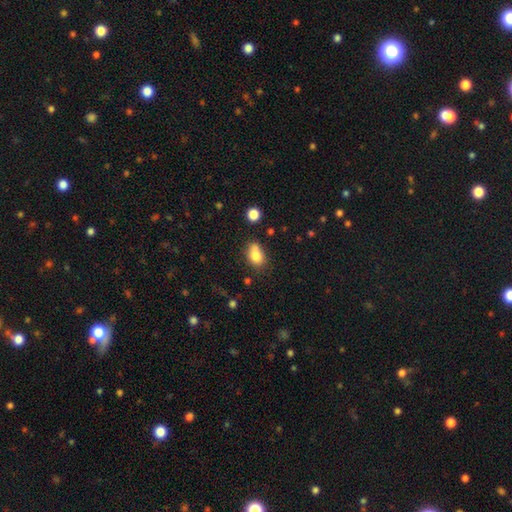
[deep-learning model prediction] This is clearly a smooth galaxy (81%). How rounded: likely in between (77%). Merging: possibly none (58%).